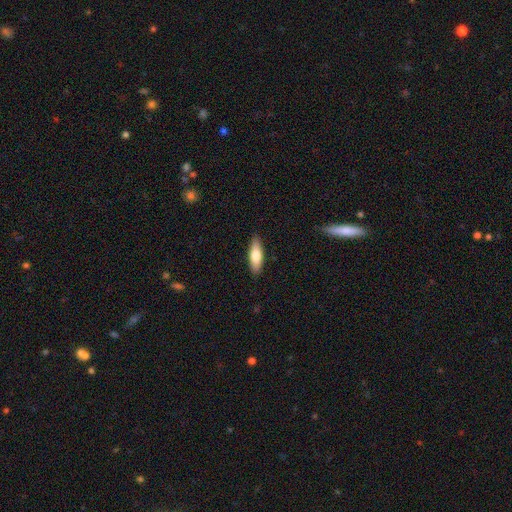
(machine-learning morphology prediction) type=smooth (73%); roundness=in between (57%); merging=none (89%).